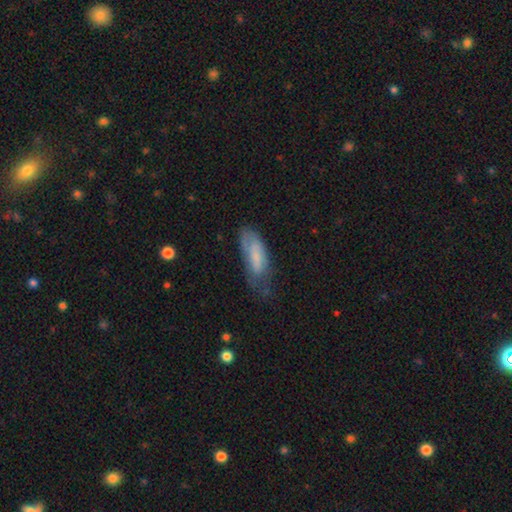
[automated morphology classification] Smooth or featured?
  - smooth: 65% *
  - featured or disk: 27%
  - star or artifact: 7%
How rounded?
  - in between: 66% *
  - cigar-shaped: 32%
  - round: 2%
Merging?
  - none: 40% *
  - minor disturbance: 35%
  - major disturbance: 22%
  - merger: 2%